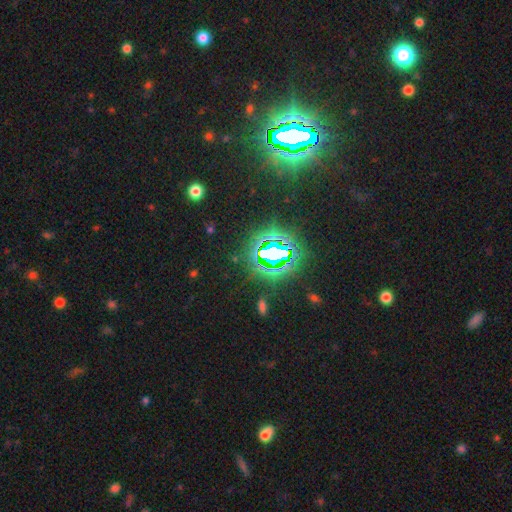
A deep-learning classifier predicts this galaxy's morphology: smooth_or_featured: star or artifact (p=0.84) [alt: smooth p=0.09]